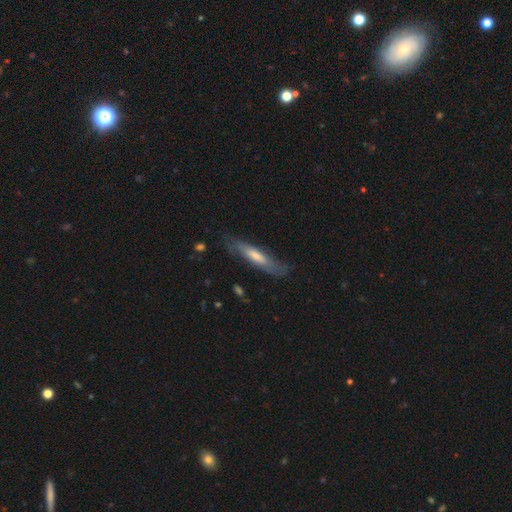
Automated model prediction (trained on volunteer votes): Morphology: type=featured or disk (49%); merging=none (76%).